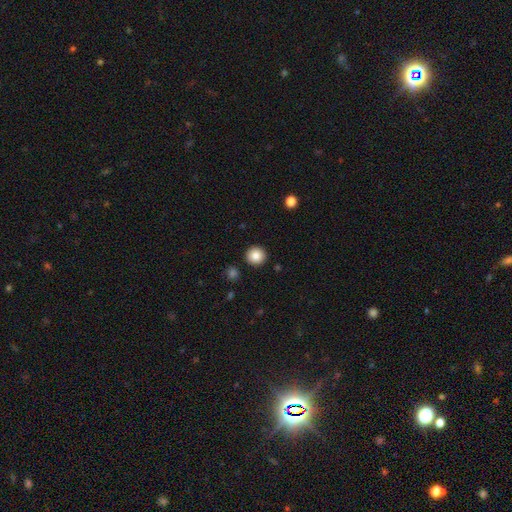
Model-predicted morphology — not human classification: This appears to be a smooth galaxy with no disk features (86%) that is round (94%). Merging: none (92%).